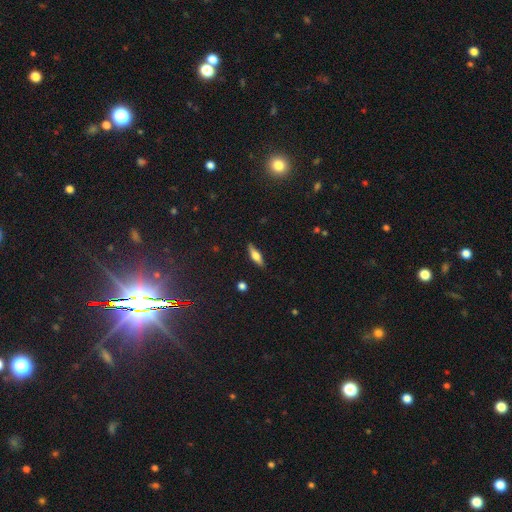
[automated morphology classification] smooth 54%, featured or disk 39%, star or artifact 7%. Down the decision tree: how rounded — cigar-shaped (54%); merging — none (87%).